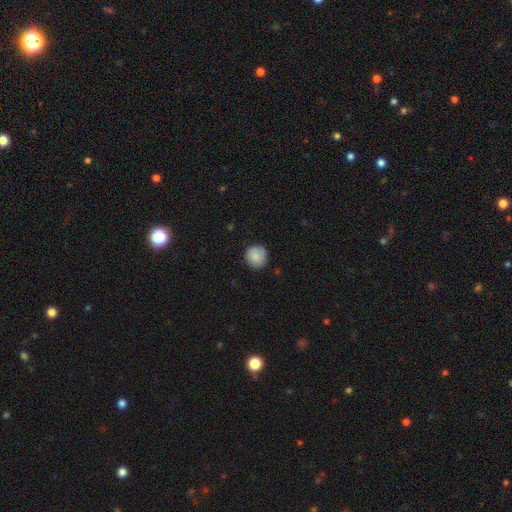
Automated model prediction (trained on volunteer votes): smooth 84%, featured or disk 8%, star or artifact 7%. Down the decision tree: how rounded — round (93%); merging — none (85%).